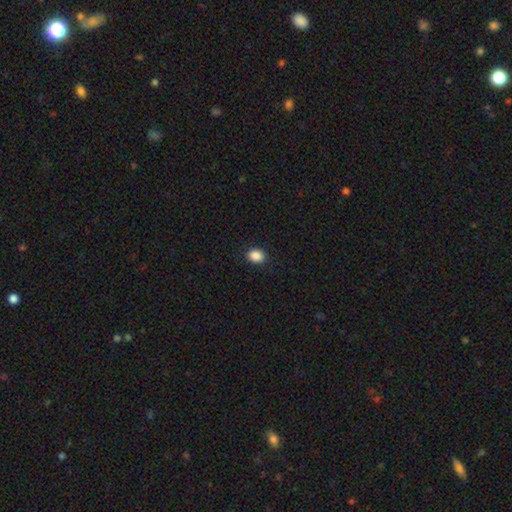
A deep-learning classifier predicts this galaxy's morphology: Smooth or featured?
  - smooth: 89% *
  - star or artifact: 9%
  - featured or disk: 3%
How rounded?
  - in between: 64% *
  - round: 35%
  - cigar-shaped: 1%
Merging?
  - none: 89% *
  - minor disturbance: 8%
  - major disturbance: 2%
  - merger: 1%